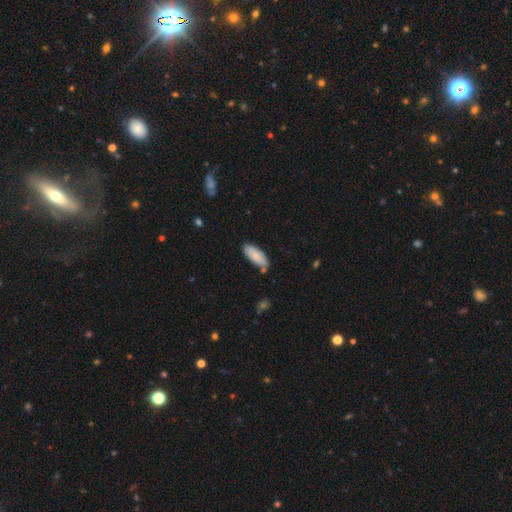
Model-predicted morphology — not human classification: smooth-or-featured: smooth: 86% | featured or disk: 9% | star or artifact: 6%
  how-rounded: in between: 75% | cigar-shaped: 23% | round: 1%
  merging: none: 77% | minor disturbance: 16% | merger: 4% | major disturbance: 3%